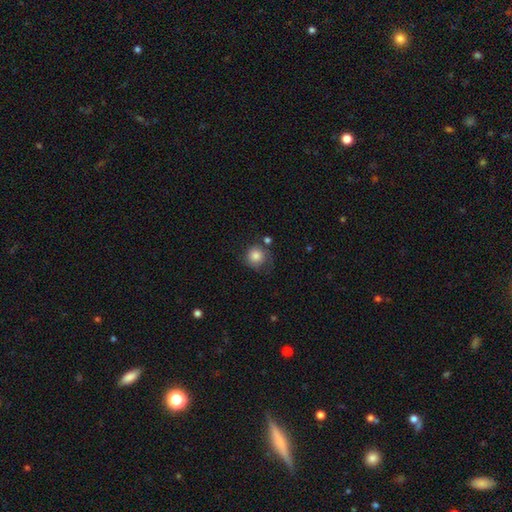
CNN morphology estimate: This is clearly a smooth galaxy (82%). How rounded: clearly round (90%). Merging: likely none (60%).